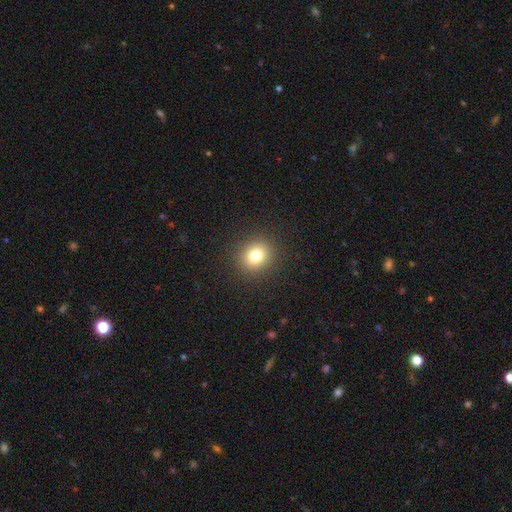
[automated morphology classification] The model was most divided on "how rounded": round: 77%, in between: 22%, cigar-shaped: 1%. More confident: merging — none (91%); smooth or featured — smooth (80%).